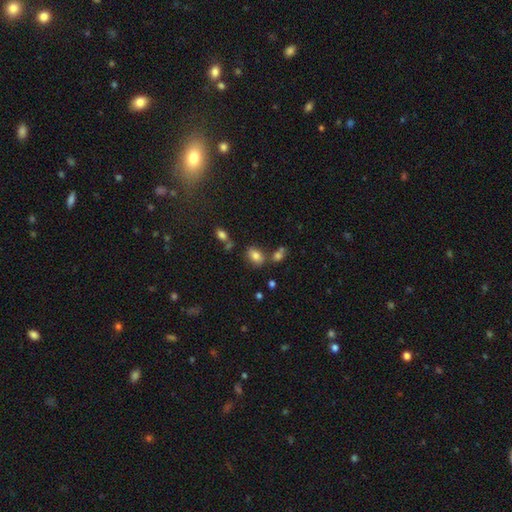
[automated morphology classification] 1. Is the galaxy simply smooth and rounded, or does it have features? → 80% smooth, 11% star or artifact, 9% featured or disk.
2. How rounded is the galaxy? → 81% in between, 17% round, 2% cigar-shaped.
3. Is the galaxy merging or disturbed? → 66% none, 15% merger, 15% minor disturbance, 4% major disturbance.